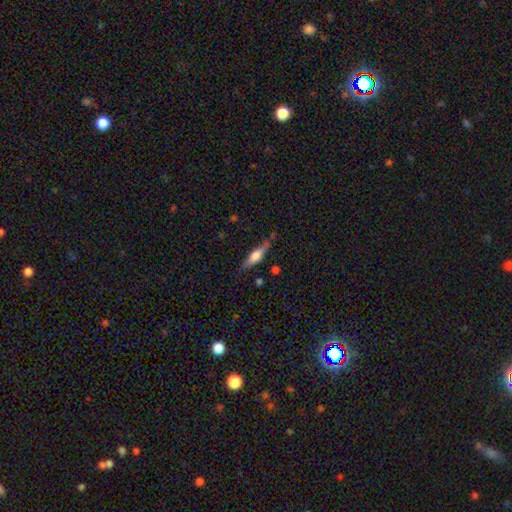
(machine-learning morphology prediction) smooth_or_featured: featured or disk (p=0.50) [alt: smooth p=0.44]
merging: none (p=0.73) [alt: minor disturbance p=0.18]